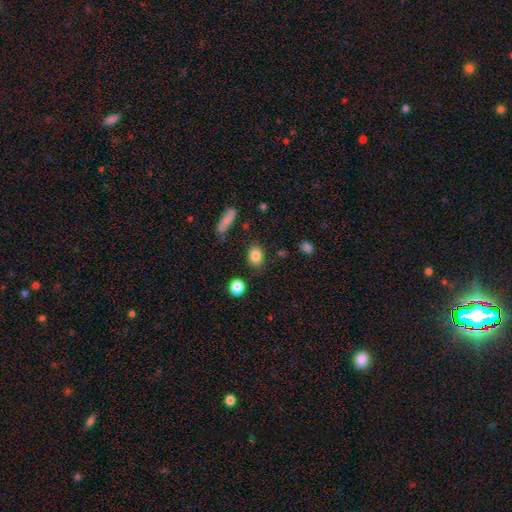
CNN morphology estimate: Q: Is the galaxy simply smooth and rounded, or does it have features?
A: smooth — 84%.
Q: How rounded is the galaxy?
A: in between — 60%.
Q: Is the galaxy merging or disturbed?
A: none — 82%.